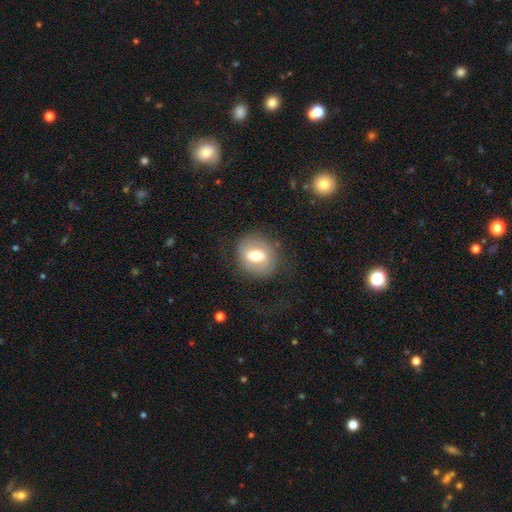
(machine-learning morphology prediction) smooth-or-featured: featured or disk: 52% | smooth: 41% | star or artifact: 7%
  disk-edge-on: no: 95% | yes: 5%
  merging: none: 69% | minor disturbance: 17% | major disturbance: 12% | merger: 1%